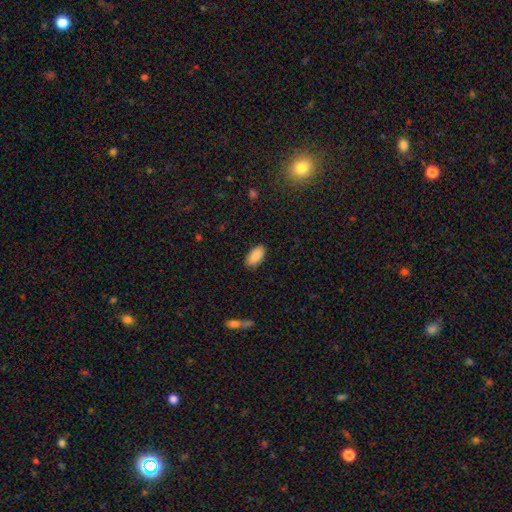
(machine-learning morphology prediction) smooth 90%, star or artifact 6%, featured or disk 4%. Down the decision tree: how rounded — in between (94%); merging — none (88%).